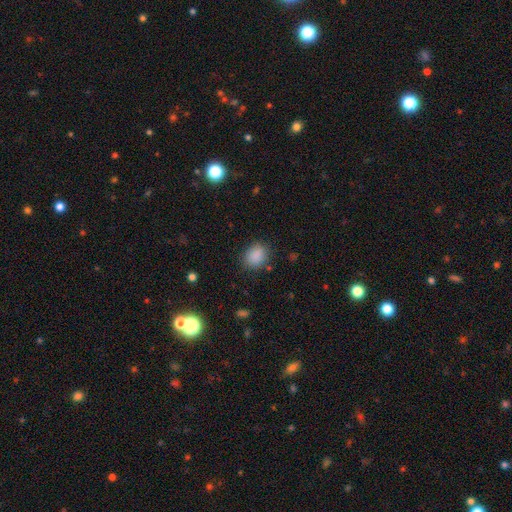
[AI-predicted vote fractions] smooth-or-featured: smooth: 87% | star or artifact: 9% | featured or disk: 4%
  how-rounded: round: 50% | in between: 49% | cigar-shaped: 1%
  merging: none: 82% | minor disturbance: 12% | major disturbance: 4% | merger: 2%